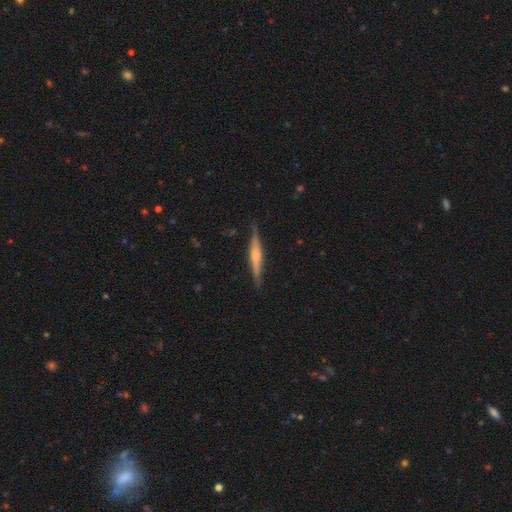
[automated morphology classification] This appears to be a featured or disk galaxy (66%) viewed edge-on (97%) with a rounded central bulge (64%). Merging: none (86%).